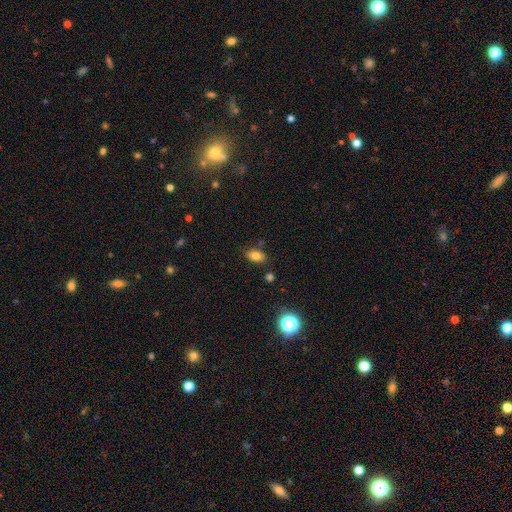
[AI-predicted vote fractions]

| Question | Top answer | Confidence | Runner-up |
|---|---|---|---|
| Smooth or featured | smooth | 79% | star or artifact (11%) |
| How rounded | in between | 87% | round (9%) |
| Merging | none | 80% | minor disturbance (13%) |